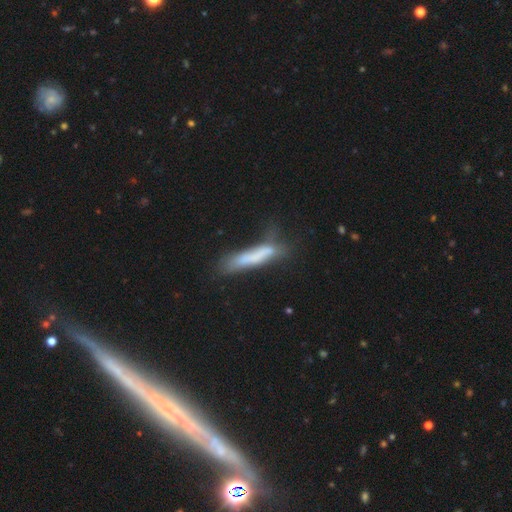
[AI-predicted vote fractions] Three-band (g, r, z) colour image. It shows a smooth galaxy with no disk features (62%) that is cigar-shaped (89%). Merging: none (48%).